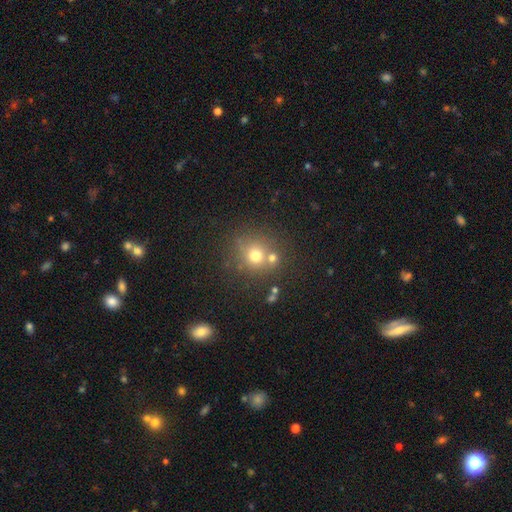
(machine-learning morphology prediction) smooth-or-featured: smooth: 69% | star or artifact: 17% | featured or disk: 14%
  how-rounded: round: 86% | in between: 13% | cigar-shaped: 1%
  merging: none: 60% | merger: 25% | minor disturbance: 10% | major disturbance: 5%